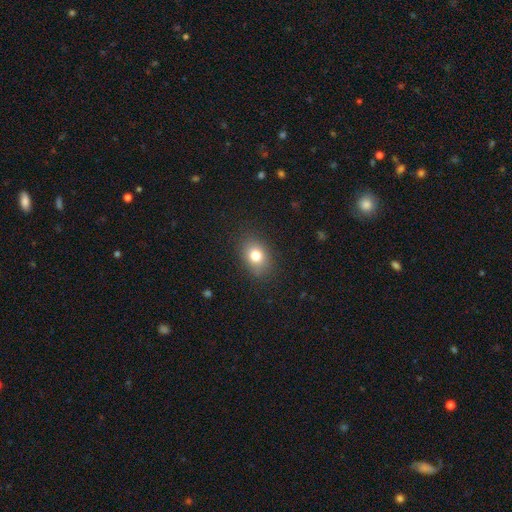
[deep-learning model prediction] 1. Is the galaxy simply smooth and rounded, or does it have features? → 79% smooth, 11% star or artifact, 10% featured or disk.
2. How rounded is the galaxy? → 66% in between, 33% round, 1% cigar-shaped.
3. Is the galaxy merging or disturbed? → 84% none, 11% minor disturbance, 4% major disturbance, 1% merger.